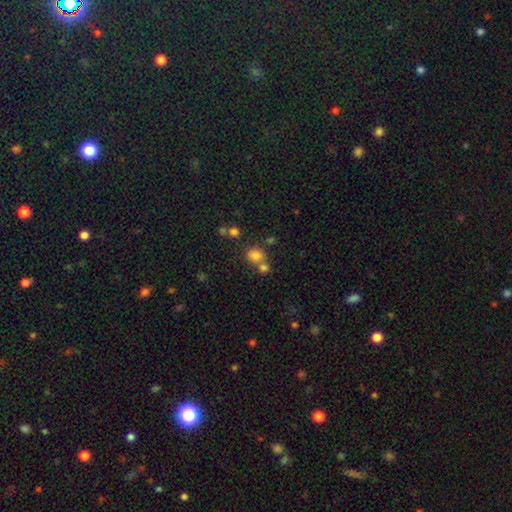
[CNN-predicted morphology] type=smooth (77%); roundness=round (74%); merging=none (51%).